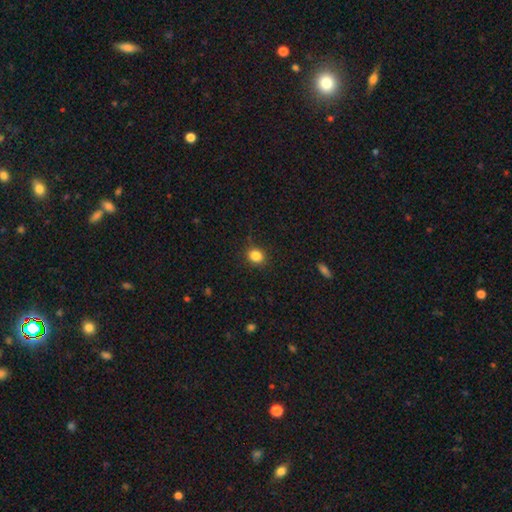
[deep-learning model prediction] Smooth or featured?
  - smooth: 85% *
  - star or artifact: 11%
  - featured or disk: 4%
How rounded?
  - round: 68% *
  - in between: 31%
  - cigar-shaped: 1%
Merging?
  - none: 87% *
  - minor disturbance: 9%
  - major disturbance: 2%
  - merger: 1%